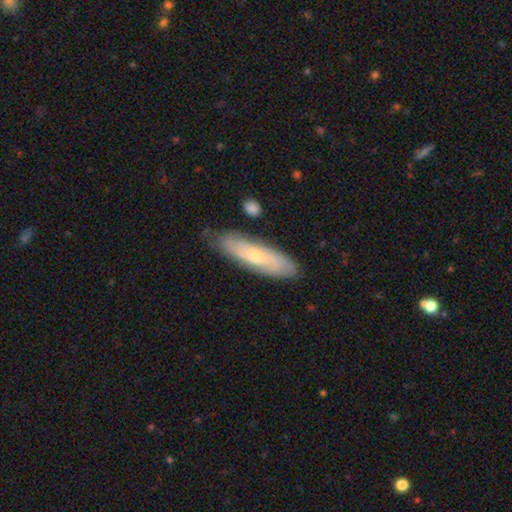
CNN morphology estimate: The model was most divided on "smooth or featured": featured or disk: 55%, smooth: 39%, star or artifact: 6%. More confident: merging — none (77%); edge-on disk — no (69%).